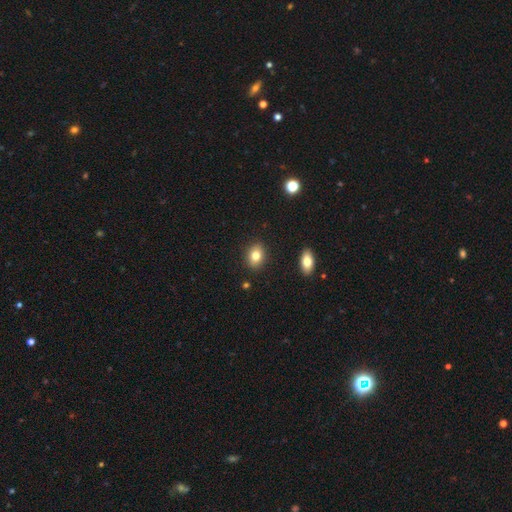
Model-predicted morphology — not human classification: Q: Smooth or featured?
A: smooth (80%); runner-up: featured or disk (10%)
Q: How rounded?
A: in between (65%); runner-up: round (34%)
Q: Merging?
A: none (88%); runner-up: minor disturbance (8%)